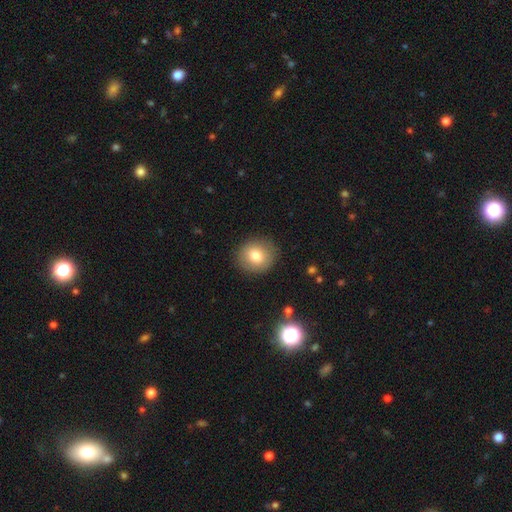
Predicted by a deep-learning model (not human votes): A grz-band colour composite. It shows a smooth galaxy with no disk features (78%) that is round (83%). Merging: none (88%).